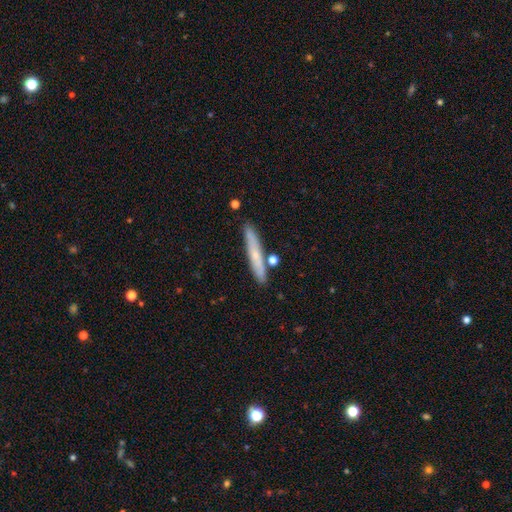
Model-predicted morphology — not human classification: This is possibly a smooth galaxy (58%). How rounded: clearly cigar-shaped (93%). Merging: clearly none (82%).